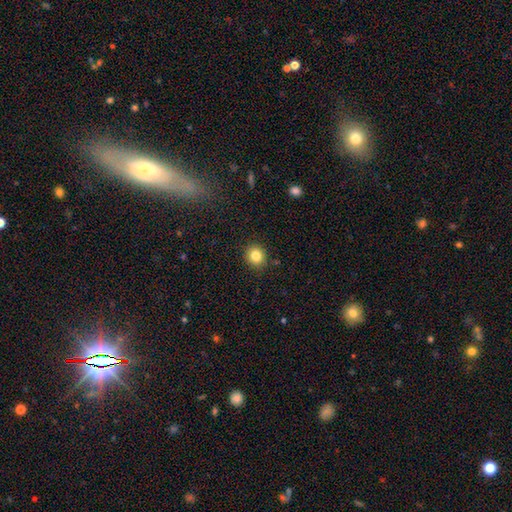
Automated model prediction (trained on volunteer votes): A smooth galaxy with no disk features (83%) that is round (85%).

Vote fractions:
- Smooth or featured? smooth: 83% / star or artifact: 11% / featured or disk: 6%
- How rounded? round: 85% / in between: 14% / cigar-shaped: 1%
- Merging? none: 90% / minor disturbance: 7% / major disturbance: 2% / merger: 1%